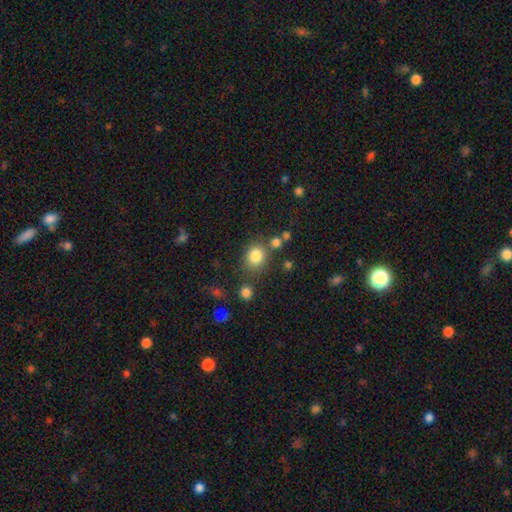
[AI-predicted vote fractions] smooth 82%, star or artifact 11%, featured or disk 6%. Down the decision tree: how rounded — round (70%); merging — none (73%).